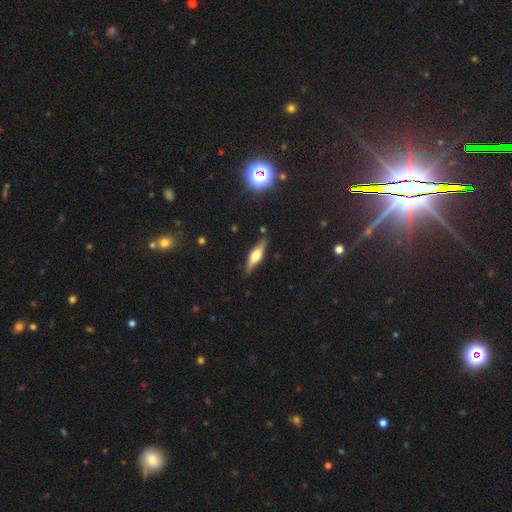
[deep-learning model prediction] The model was most divided on "smooth or featured": featured or disk: 54%, smooth: 38%, star or artifact: 7%. More confident: edge-on disk — yes (92%); merging — none (86%).